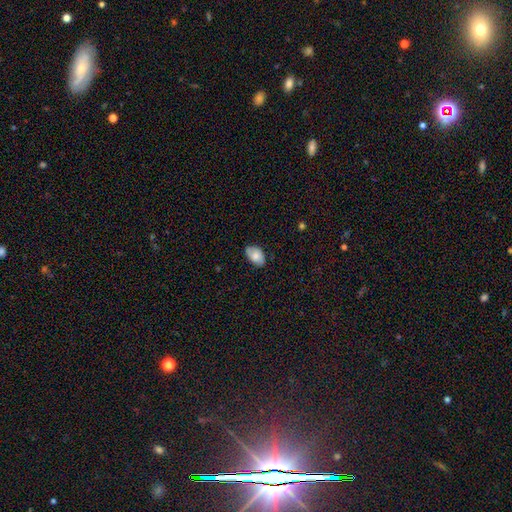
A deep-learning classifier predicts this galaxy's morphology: Overall: smooth (75%). How rounded: in between (91%). Merging: none (76%).